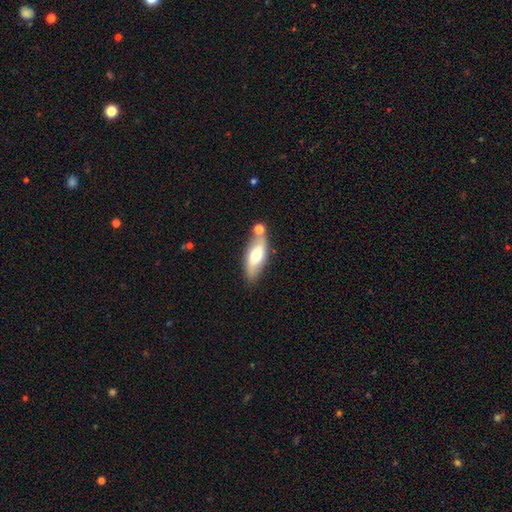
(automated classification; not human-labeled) This is possibly a smooth galaxy (53%). How rounded: likely in between (67%). Merging: likely none (67%).